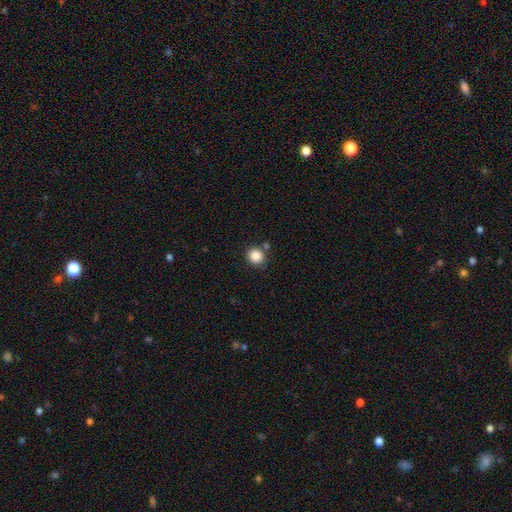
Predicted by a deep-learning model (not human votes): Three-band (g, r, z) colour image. It shows a smooth galaxy with no disk features (86%) that is round (87%). Merging: none (79%).